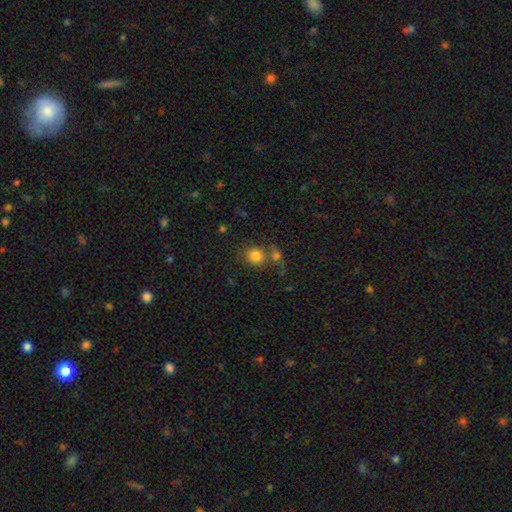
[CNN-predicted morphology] smooth_or_featured: smooth (p=0.81) [alt: star or artifact p=0.10]
how_rounded: round (p=0.83) [alt: in between p=0.16]
merging: none (p=0.56) [alt: merger p=0.26]